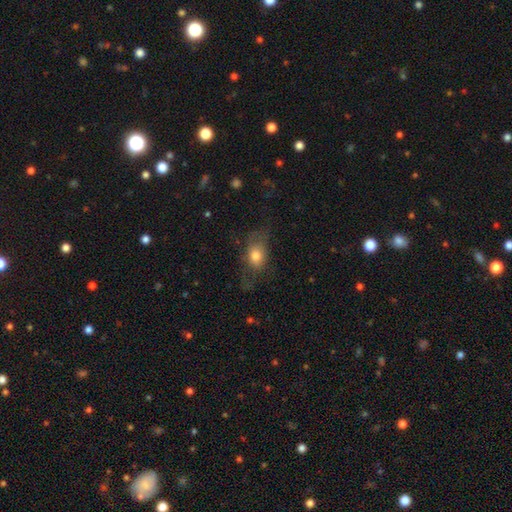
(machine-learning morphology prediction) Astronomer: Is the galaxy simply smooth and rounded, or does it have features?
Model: smooth — 72%.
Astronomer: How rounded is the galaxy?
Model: in between — 74%.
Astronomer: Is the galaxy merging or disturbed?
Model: none — 50% (runner-up: minor disturbance, 25%).